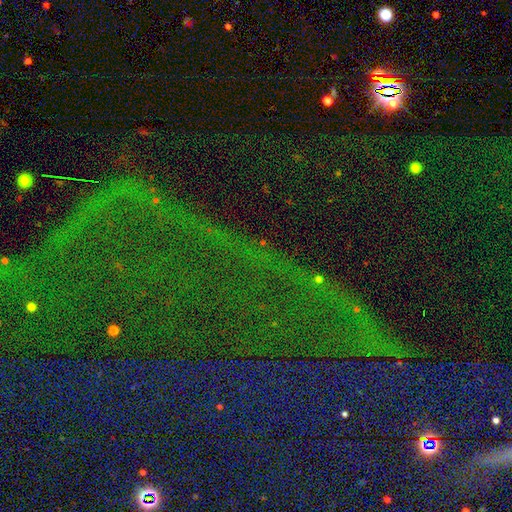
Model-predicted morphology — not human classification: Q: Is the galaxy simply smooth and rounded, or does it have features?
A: star or artifact — 84%.